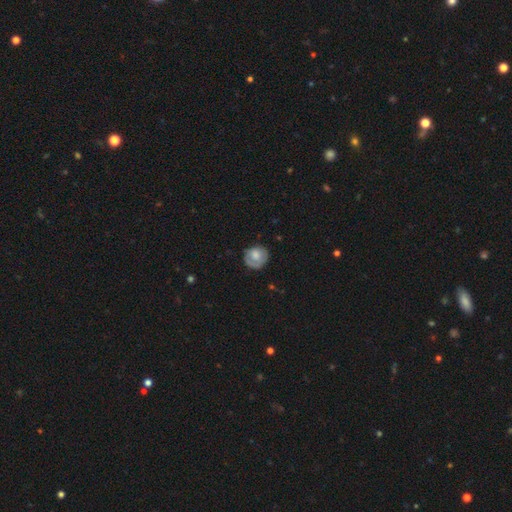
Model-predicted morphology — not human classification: This is likely a smooth galaxy (67%). How rounded: clearly round (83%). Merging: likely none (68%).